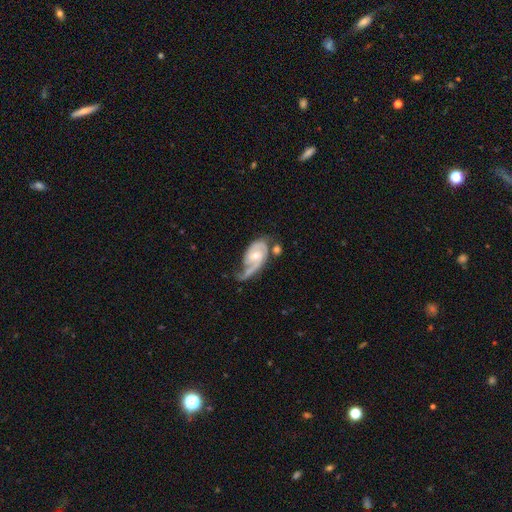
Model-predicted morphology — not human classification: smooth_or_featured: featured or disk (p=0.83) [alt: smooth p=0.12]
disk_edge_on: no (p=0.96) [alt: yes p=0.04]
bar: no (p=0.51) [alt: weak p=0.38]
has_spiral_arms: yes (p=0.94) [alt: no p=0.06]
spiral_winding: medium (p=0.42) [alt: tight p=0.29]
spiral_arm_count: 2 (p=0.55) [alt: 1 p=0.33]
bulge_size: small (p=0.50) [alt: moderate p=0.46]
merging: none (p=0.37) [alt: major disturbance p=0.28]